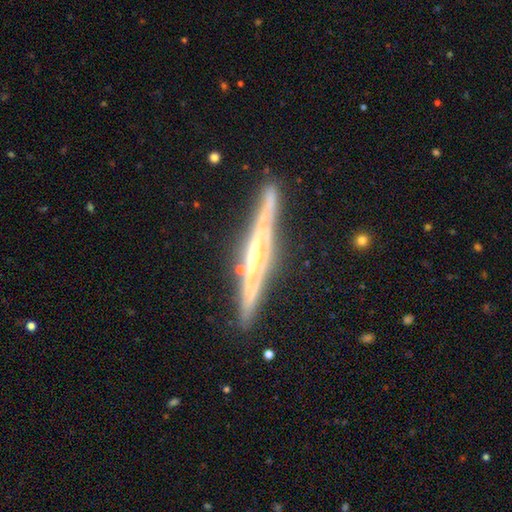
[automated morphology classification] featured or disk 82%, smooth 12%, star or artifact 6%. Down the decision tree: edge-on disk — yes (95%); edge-on bulge — rounded (47%); merging — none (83%).